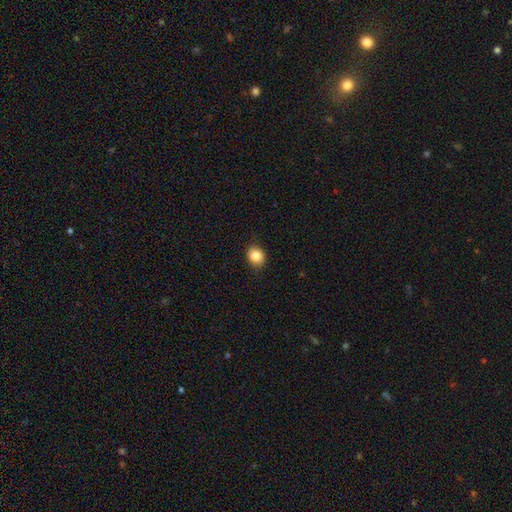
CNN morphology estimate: The model was most divided on "how rounded": round: 60%, in between: 39%, cigar-shaped: 1%. More confident: smooth or featured — smooth (86%); merging — none (84%).